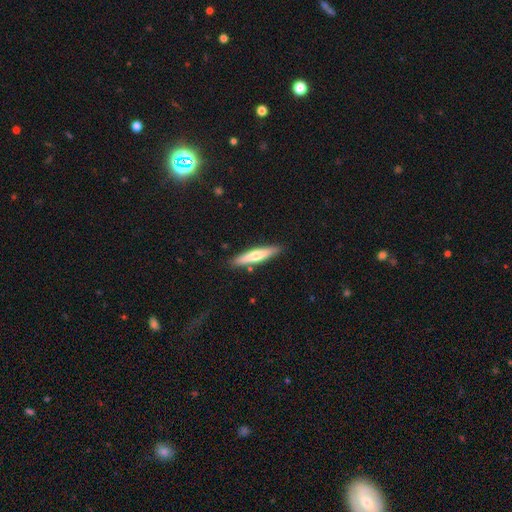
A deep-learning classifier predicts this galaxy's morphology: smooth-or-featured: smooth: 56% | featured or disk: 39% | star or artifact: 5%
  how-rounded: cigar-shaped: 87% | in between: 11% | round: 1%
  merging: none: 87% | minor disturbance: 9% | merger: 2% | major disturbance: 2%